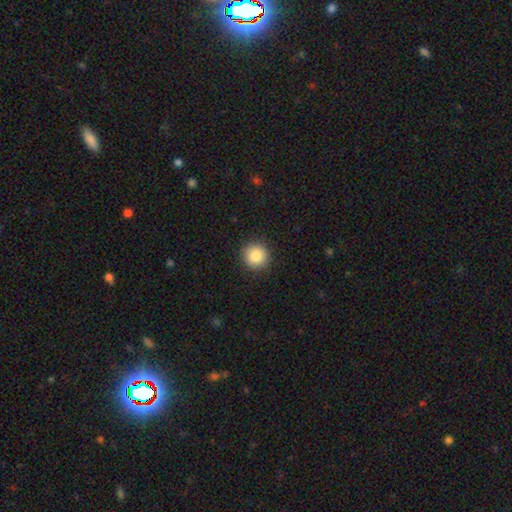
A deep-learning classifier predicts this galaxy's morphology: Smooth or featured: smooth — 85% (star or artifact — 9%)
How rounded: round — 94% (in between — 5%)
Merging: none — 91% (minor disturbance — 6%)